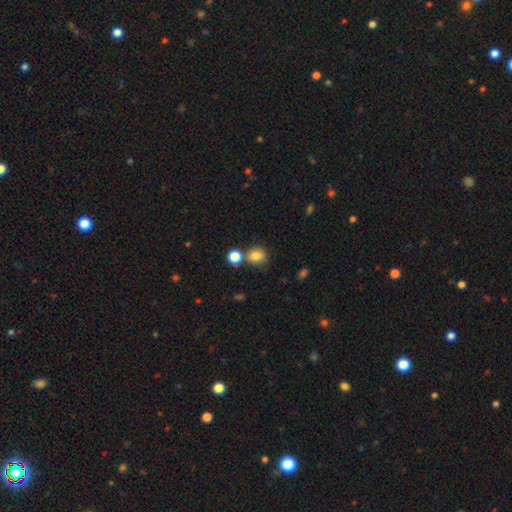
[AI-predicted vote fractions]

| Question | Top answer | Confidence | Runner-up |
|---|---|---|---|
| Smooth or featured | smooth | 81% | star or artifact (12%) |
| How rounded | round | 74% | in between (25%) |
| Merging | none | 66% | merger (19%) |